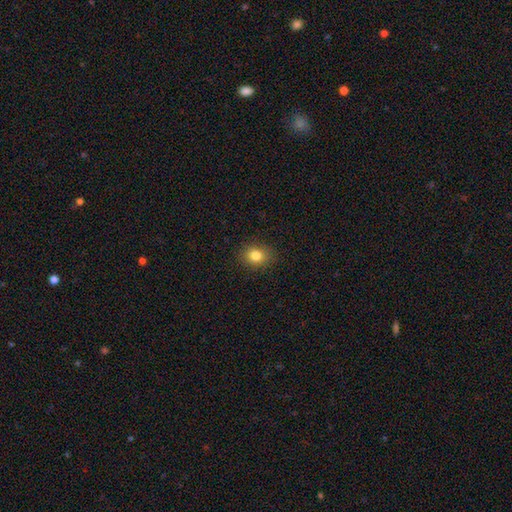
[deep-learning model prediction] Smooth or featured? smooth (81%)
How rounded? round (54%)
Merging? none (88%)